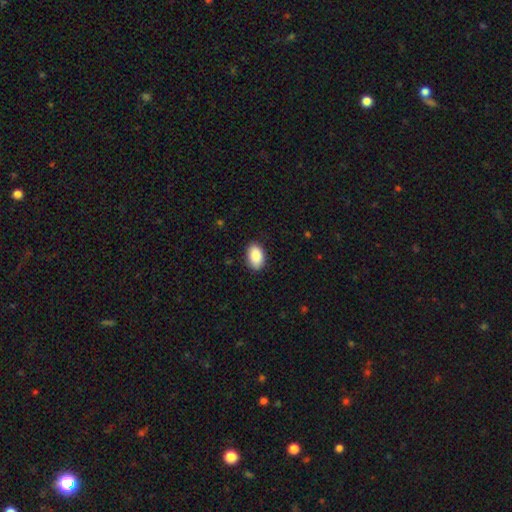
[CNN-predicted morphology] Smooth or featured? smooth (90%)
How rounded? in between (92%)
Merging? none (87%)